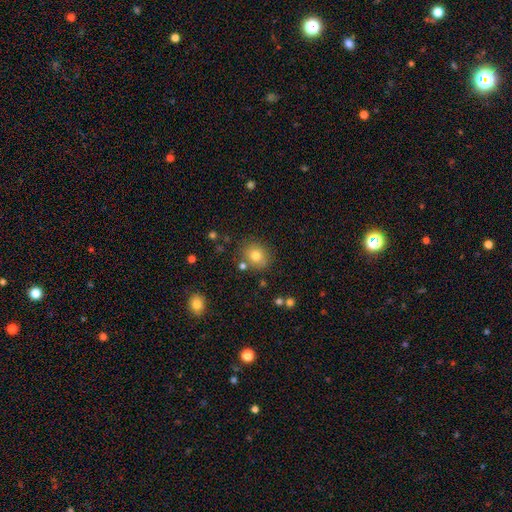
Smooth or featured? smooth (77%)
How rounded? round (67%)
Merging? none (88%)